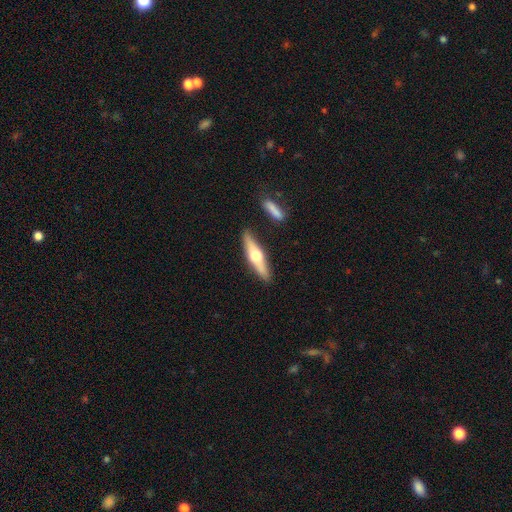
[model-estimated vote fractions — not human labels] smooth_or_featured: featured or disk (p=0.57) [alt: smooth p=0.38]
disk_edge_on: yes (p=0.94) [alt: no p=0.06]
edge_on_bulge: rounded (p=0.95) [alt: boxy p=0.03]
merging: none (p=0.86) [alt: minor disturbance p=0.09]